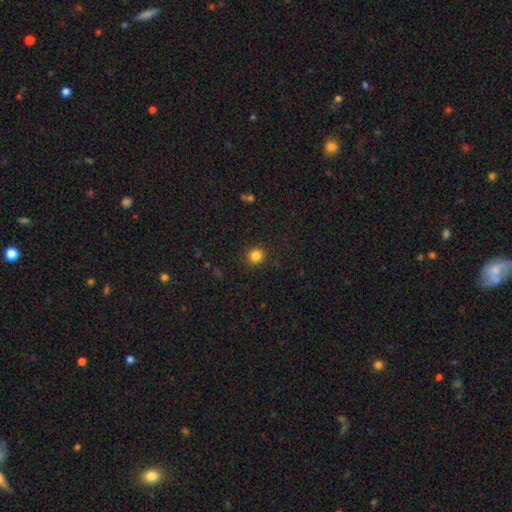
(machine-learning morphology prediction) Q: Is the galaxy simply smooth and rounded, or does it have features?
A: smooth — 83%.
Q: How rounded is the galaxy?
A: round — 89%.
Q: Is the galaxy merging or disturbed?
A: none — 90%.